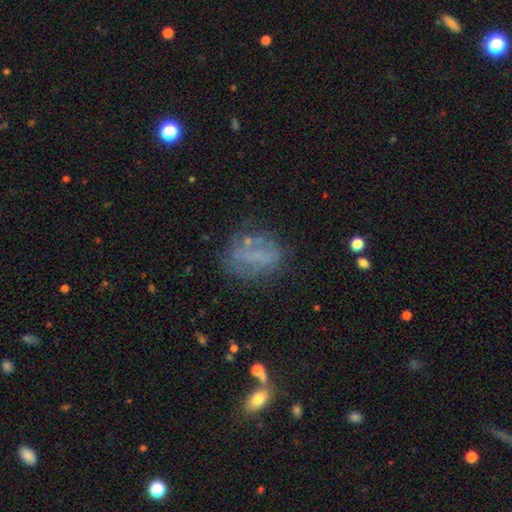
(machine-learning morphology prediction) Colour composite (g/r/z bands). It shows a smooth galaxy with no disk features (46%). Merging: none (64%).